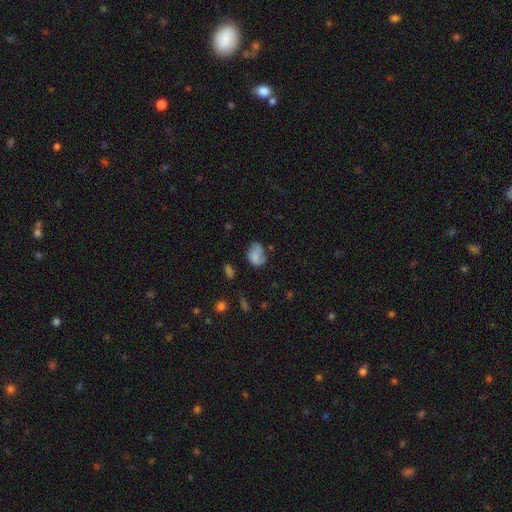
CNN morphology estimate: This is likely a smooth galaxy (70%). How rounded: likely in between (64%). Merging: possibly none (47%).